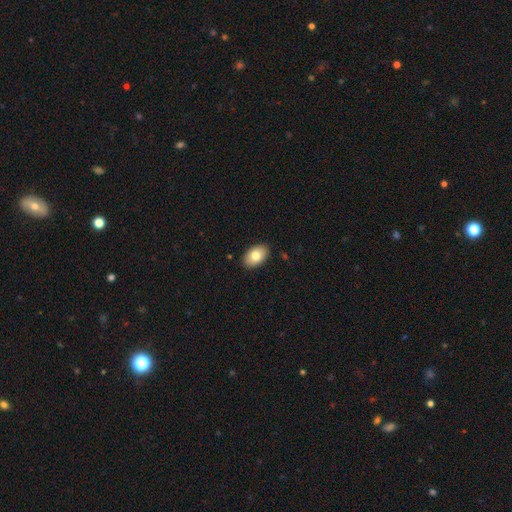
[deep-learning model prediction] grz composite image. It shows a smooth galaxy with no disk features (78%) that is in between round and cigar-shaped (90%). Merging: none (89%).